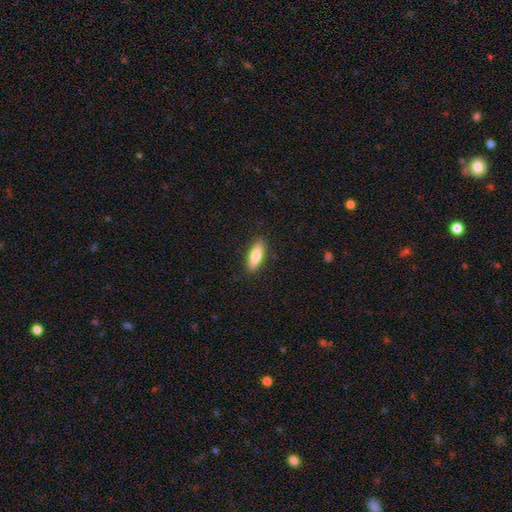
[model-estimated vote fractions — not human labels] The model was most divided on "how rounded": in between: 54%, cigar-shaped: 44%, round: 2%. More confident: merging — none (89%); smooth or featured — smooth (79%).